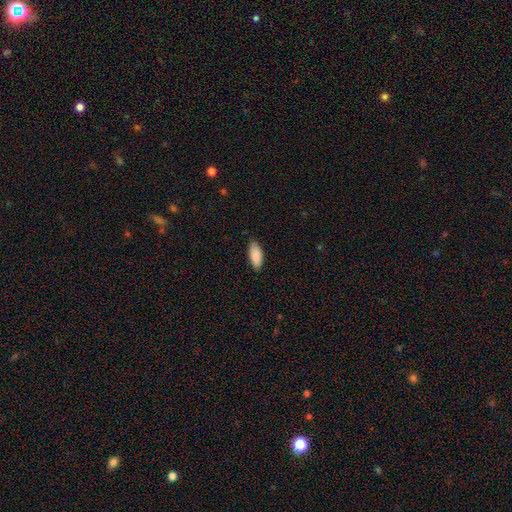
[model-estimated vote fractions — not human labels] smooth-or-featured: smooth: 90% | star or artifact: 6% | featured or disk: 4%
  how-rounded: in between: 84% | cigar-shaped: 14% | round: 2%
  merging: none: 87% | minor disturbance: 10% | major disturbance: 2% | merger: 1%